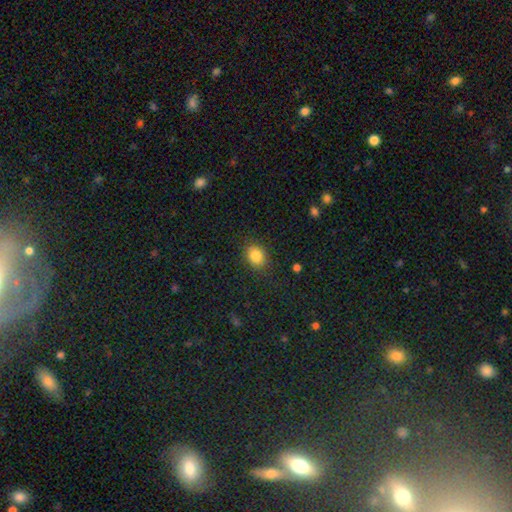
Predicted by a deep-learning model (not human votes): smooth_or_featured: smooth (p=0.84) [alt: star or artifact p=0.10]
how_rounded: round (p=0.52) [alt: in between p=0.47]
merging: none (p=0.85) [alt: minor disturbance p=0.10]